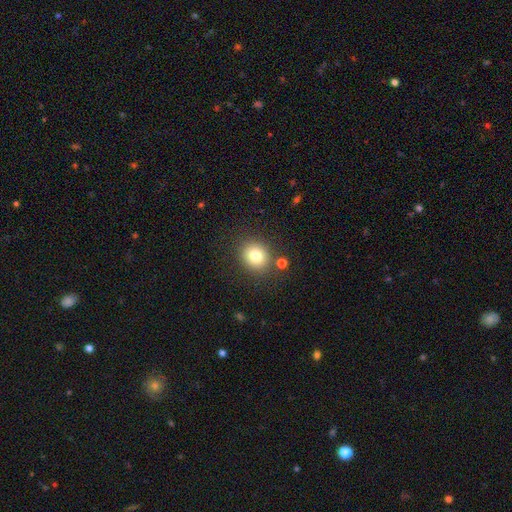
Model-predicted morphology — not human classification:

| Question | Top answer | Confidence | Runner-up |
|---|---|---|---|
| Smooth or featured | smooth | 78% | star or artifact (13%) |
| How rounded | round | 79% | in between (20%) |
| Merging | none | 85% | minor disturbance (8%) |